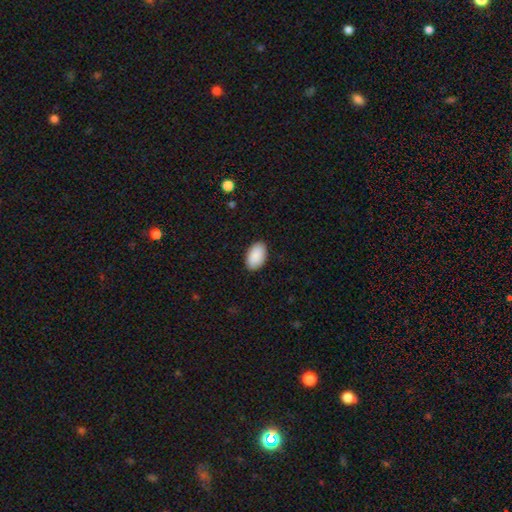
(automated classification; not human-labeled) Morphology: type=smooth (91%); roundness=in between (95%); merging=none (89%).